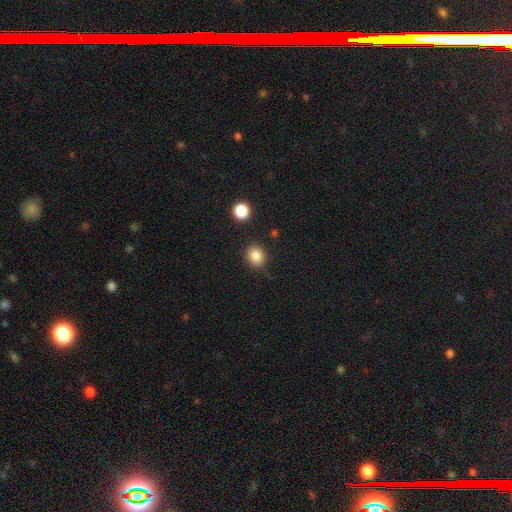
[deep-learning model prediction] This is clearly a smooth galaxy (86%). How rounded: likely round (74%). Merging: clearly none (85%).